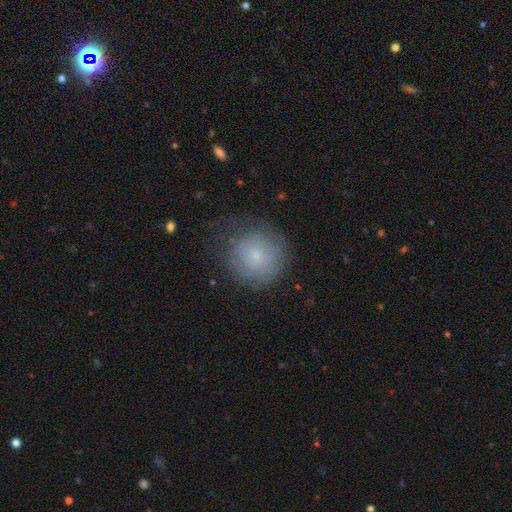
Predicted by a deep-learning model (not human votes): Smooth or featured?
  - smooth: 66% *
  - featured or disk: 23%
  - star or artifact: 11%
How rounded?
  - round: 92% *
  - in between: 7%
  - cigar-shaped: 1%
Merging?
  - none: 68% *
  - minor disturbance: 21%
  - major disturbance: 9%
  - merger: 1%